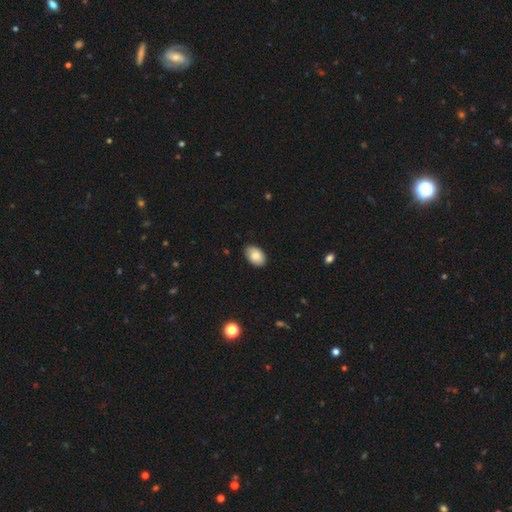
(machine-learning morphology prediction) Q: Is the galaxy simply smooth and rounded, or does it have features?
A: smooth — 85%.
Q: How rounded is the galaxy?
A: in between — 90%.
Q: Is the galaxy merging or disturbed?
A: none — 85%.